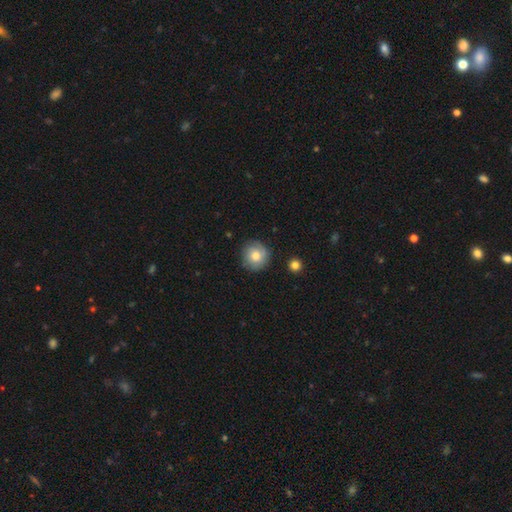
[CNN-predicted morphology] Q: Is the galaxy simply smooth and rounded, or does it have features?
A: smooth — 70%.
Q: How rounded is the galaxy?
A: round — 93%.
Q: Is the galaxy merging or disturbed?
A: none — 82%.